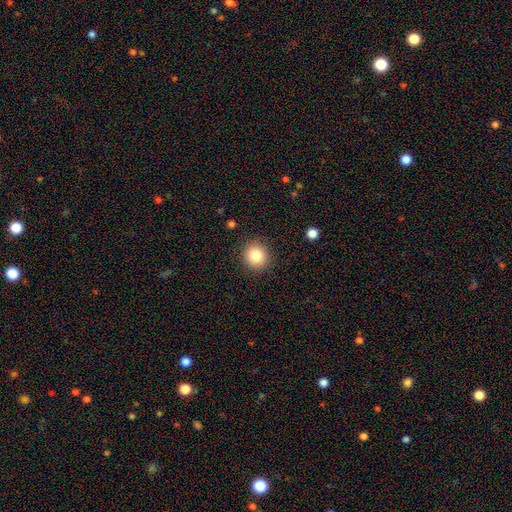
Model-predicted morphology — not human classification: Q: Smooth or featured?
A: smooth (83%); runner-up: star or artifact (10%)
Q: How rounded?
A: round (90%); runner-up: in between (9%)
Q: Merging?
A: none (90%); runner-up: minor disturbance (7%)